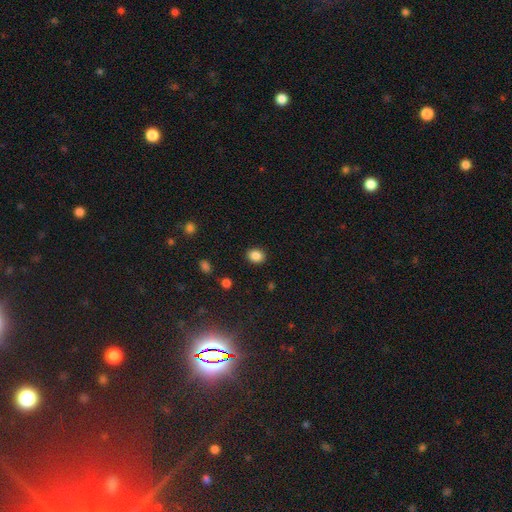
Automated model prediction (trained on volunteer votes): Morphology: type=smooth (86%); roundness=round (56%); merging=none (89%).